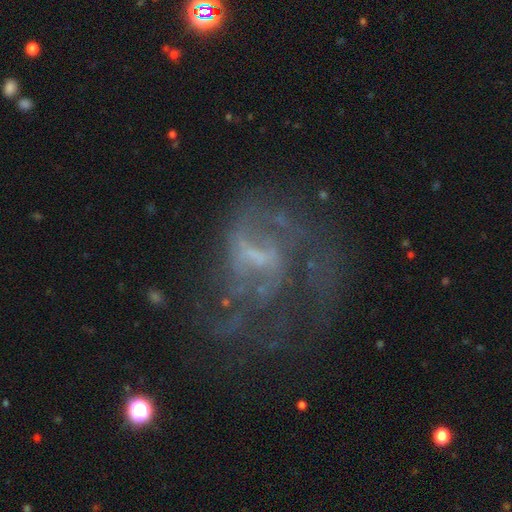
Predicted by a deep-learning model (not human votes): A featured or disk galaxy (74%) with a weak bar (48%), spiral arms (66%) and a small central bulge (41%).

Vote fractions:
- Smooth or featured? featured or disk: 74% / star or artifact: 14% / smooth: 12%
- Edge-on disk? no: 97% / yes: 3%
- Bar? weak: 48% / no: 34% / strong: 18%
- Spiral arms? yes: 66% / no: 34%
- Bulge size? small: 41% / none: 36% / moderate: 20% / large: 3% / dominant: 1%
- Merging? major disturbance: 41% / none: 39% / minor disturbance: 16% / merger: 5%